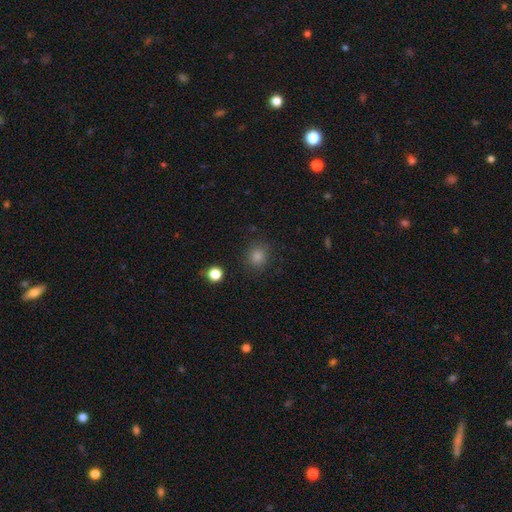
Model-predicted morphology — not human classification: smooth_or_featured: smooth (p=0.75) [alt: star or artifact p=0.19]
how_rounded: round (p=0.88) [alt: in between p=0.11]
merging: none (p=0.88) [alt: minor disturbance p=0.07]